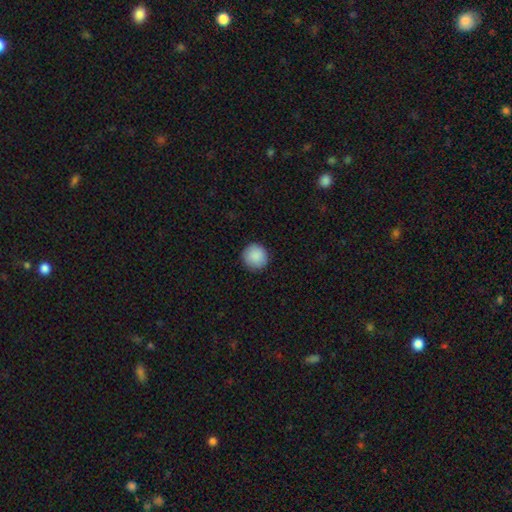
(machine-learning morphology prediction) Smooth or featured? smooth (90%)
How rounded? round (96%)
Merging? none (92%)